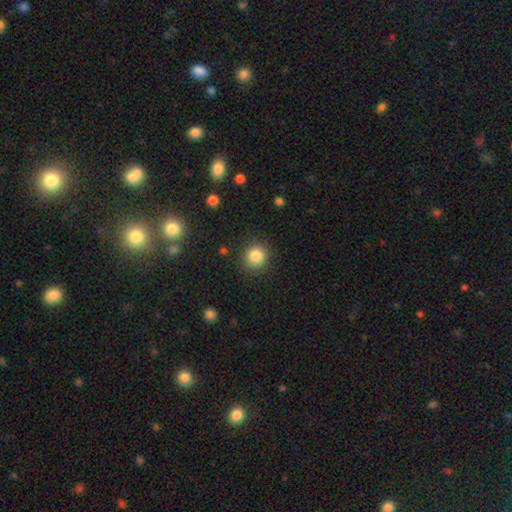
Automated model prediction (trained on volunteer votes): A smooth galaxy with no disk features (84%) that is round (90%).

Vote fractions:
- Smooth or featured? smooth: 84% / star or artifact: 11% / featured or disk: 5%
- How rounded? round: 90% / in between: 9% / cigar-shaped: 1%
- Merging? none: 88% / minor disturbance: 7% / major disturbance: 3% / merger: 1%